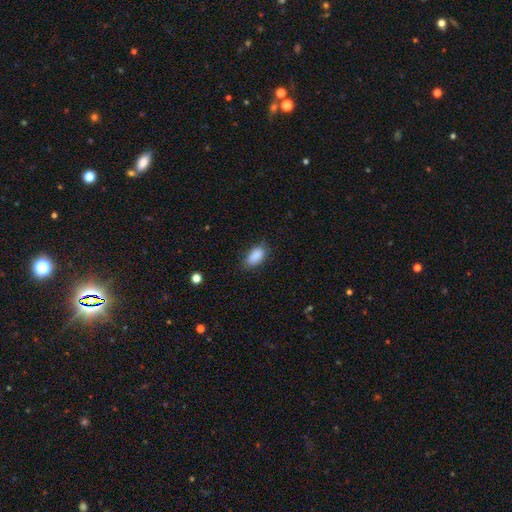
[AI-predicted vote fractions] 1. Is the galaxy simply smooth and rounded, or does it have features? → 89% smooth, 7% star or artifact, 4% featured or disk.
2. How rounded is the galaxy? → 91% in between, 5% cigar-shaped, 4% round.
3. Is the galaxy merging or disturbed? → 79% none, 16% minor disturbance, 4% major disturbance, 1% merger.